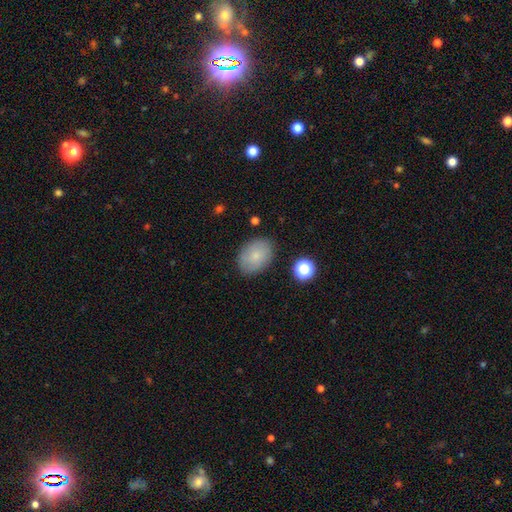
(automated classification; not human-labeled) Smooth or featured?
  - smooth: 77% *
  - featured or disk: 14%
  - star or artifact: 9%
How rounded?
  - in between: 74% *
  - round: 25%
  - cigar-shaped: 1%
Merging?
  - none: 83% *
  - minor disturbance: 12%
  - major disturbance: 3%
  - merger: 2%